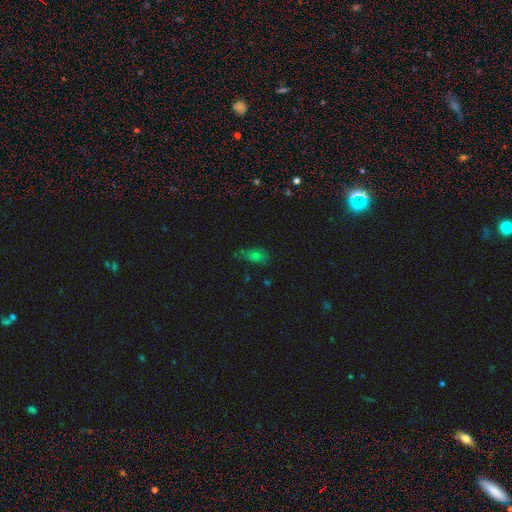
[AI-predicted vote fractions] The model was most divided on "merging": none: 55%, minor disturbance: 30%, major disturbance: 11%, merger: 4%. More confident: how rounded — in between (76%); smooth or featured — smooth (56%).